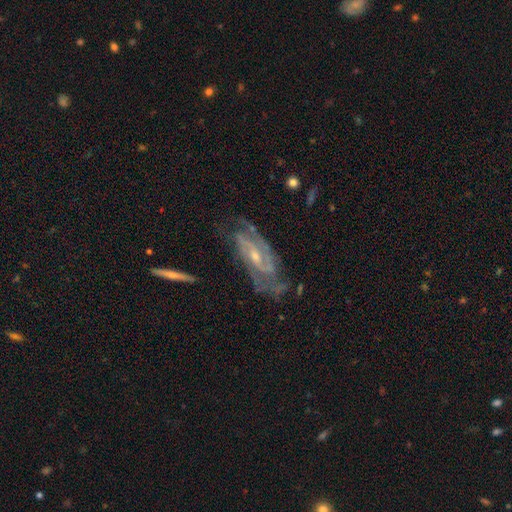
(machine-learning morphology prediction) This is clearly a featured or disk galaxy (89%). It is clearly not viewed edge-on (92%). Bar: possibly weak (46%). Spiral arm pattern: clearly yes (96%). Spiral arm count: possibly 2 (59%). Spiral winding: marginally tight (45%). Central bulge: possibly small (59%). Merging: likely none (67%).